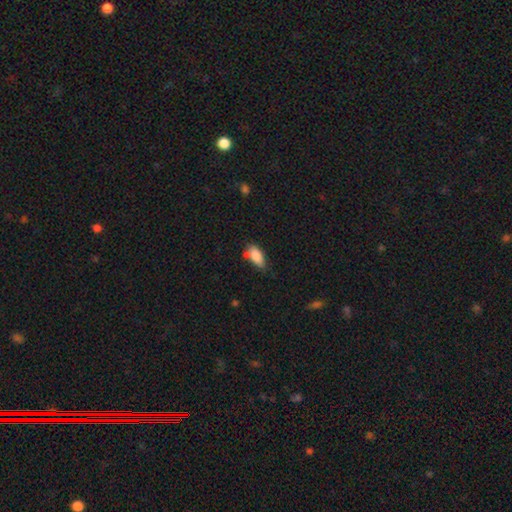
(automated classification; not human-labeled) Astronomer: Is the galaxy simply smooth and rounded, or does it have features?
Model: smooth — 85%.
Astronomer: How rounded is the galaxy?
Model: in between — 85%.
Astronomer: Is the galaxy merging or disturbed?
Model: none — 58%.